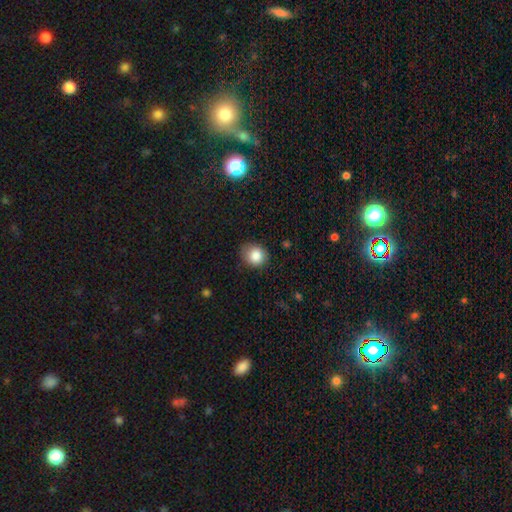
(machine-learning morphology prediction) smooth-or-featured: smooth: 85% | star or artifact: 9% | featured or disk: 5%
  how-rounded: round: 67% | in between: 32% | cigar-shaped: 1%
  merging: none: 75% | minor disturbance: 20% | major disturbance: 4% | merger: 1%